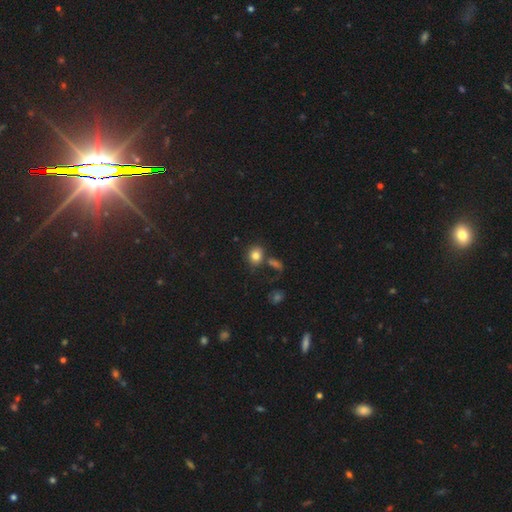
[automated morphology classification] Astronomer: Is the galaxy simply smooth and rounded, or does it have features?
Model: smooth — 81%.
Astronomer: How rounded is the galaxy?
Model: round — 70%.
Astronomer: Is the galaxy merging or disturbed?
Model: none — 65%.